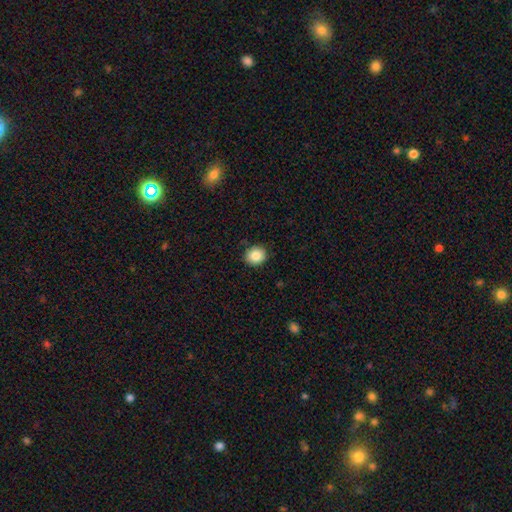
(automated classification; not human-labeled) smooth 86%, star or artifact 9%, featured or disk 4%. Down the decision tree: how rounded — round (81%); merging — none (88%).